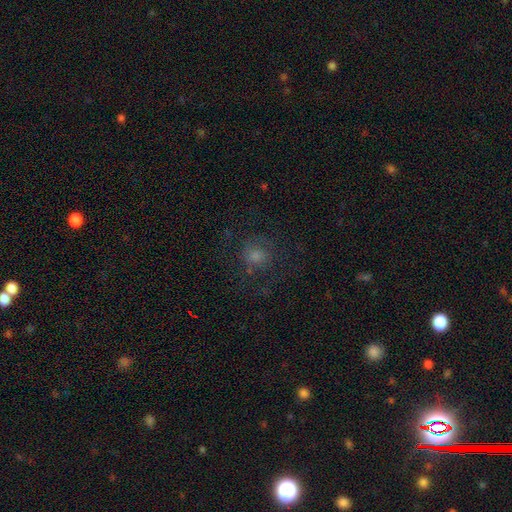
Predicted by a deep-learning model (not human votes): smooth-or-featured: smooth: 57% | featured or disk: 24% | star or artifact: 19%
  how-rounded: round: 81% | in between: 18% | cigar-shaped: 1%
  merging: none: 64% | major disturbance: 17% | minor disturbance: 16% | merger: 2%